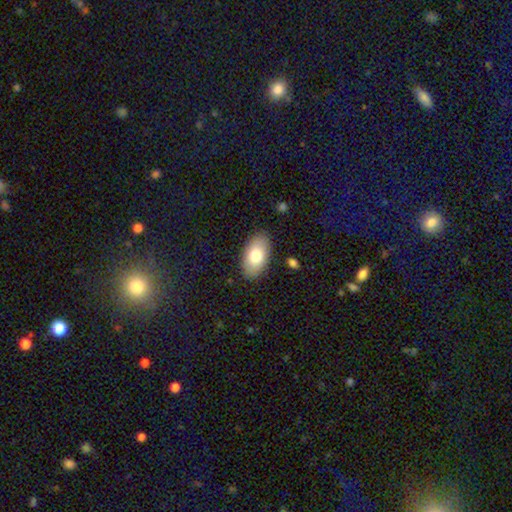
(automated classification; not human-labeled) Smooth or featured?
  - smooth: 77% *
  - featured or disk: 16%
  - star or artifact: 6%
How rounded?
  - in between: 95% *
  - round: 3%
  - cigar-shaped: 2%
Merging?
  - none: 86% *
  - minor disturbance: 10%
  - major disturbance: 2%
  - merger: 1%